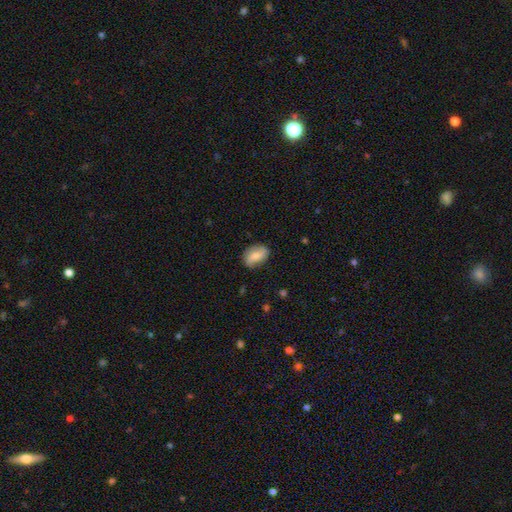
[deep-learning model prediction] This is likely a smooth galaxy (64%). How rounded: clearly in between (85%). Merging: likely none (76%).